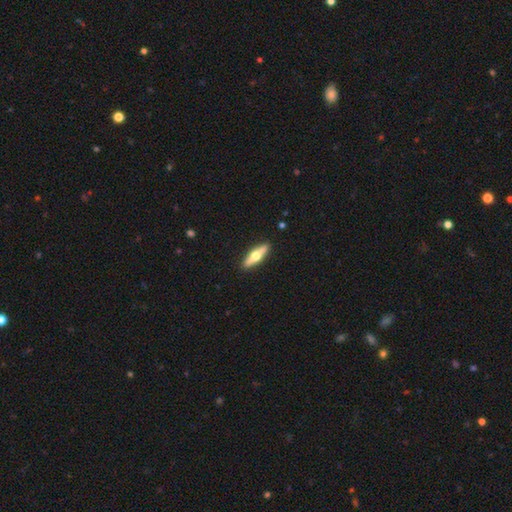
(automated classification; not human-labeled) Smooth or featured? featured or disk (56%)
Edge-on disk? yes (91%)
Edge-on bulge? rounded (96%)
Merging? none (91%)